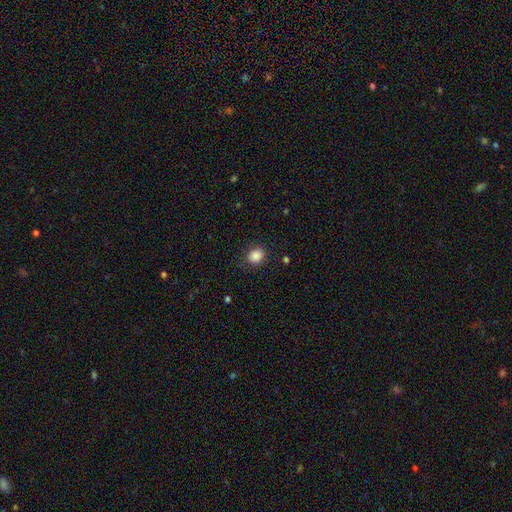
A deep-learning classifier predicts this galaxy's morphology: The model was most divided on "how rounded": round: 70%, in between: 29%, cigar-shaped: 1%. More confident: smooth or featured — smooth (86%); merging — none (84%).